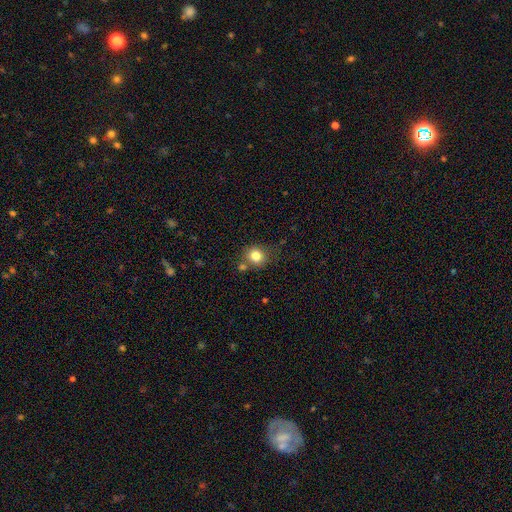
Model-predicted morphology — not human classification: This appears to be a smooth galaxy with no disk features (81%) that is round (84%). Merging: none (67%).